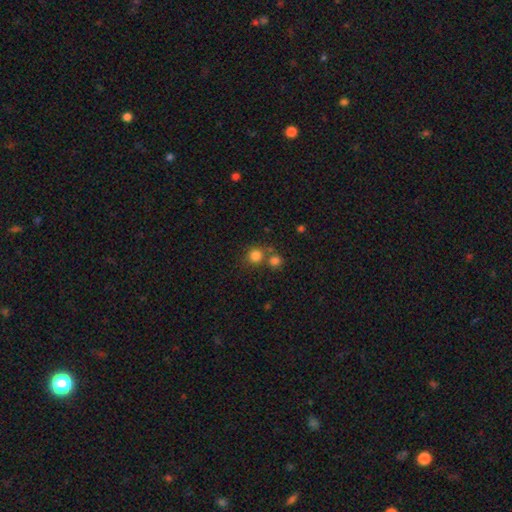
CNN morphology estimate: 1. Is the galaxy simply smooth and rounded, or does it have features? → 80% smooth, 14% star or artifact, 6% featured or disk.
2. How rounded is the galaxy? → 90% round, 9% in between, 1% cigar-shaped.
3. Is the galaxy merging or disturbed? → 64% none, 25% merger, 8% minor disturbance, 3% major disturbance.